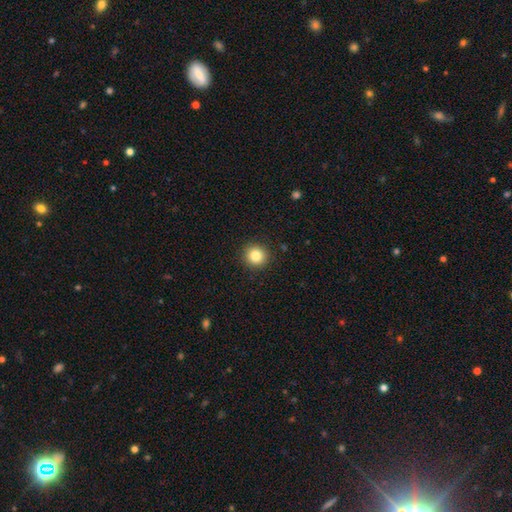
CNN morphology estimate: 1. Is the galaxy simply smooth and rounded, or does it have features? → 84% smooth, 10% star or artifact, 6% featured or disk.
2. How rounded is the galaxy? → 92% round, 7% in between, 1% cigar-shaped.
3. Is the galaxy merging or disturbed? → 92% none, 6% minor disturbance, 2% major disturbance, 1% merger.